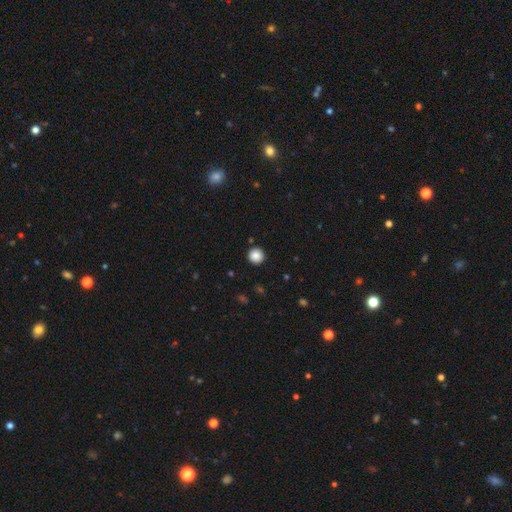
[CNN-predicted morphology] smooth-or-featured: smooth: 86% | star or artifact: 10% | featured or disk: 4%
  how-rounded: round: 95% | in between: 4% | cigar-shaped: 1%
  merging: none: 92% | minor disturbance: 5% | major disturbance: 2% | merger: 1%